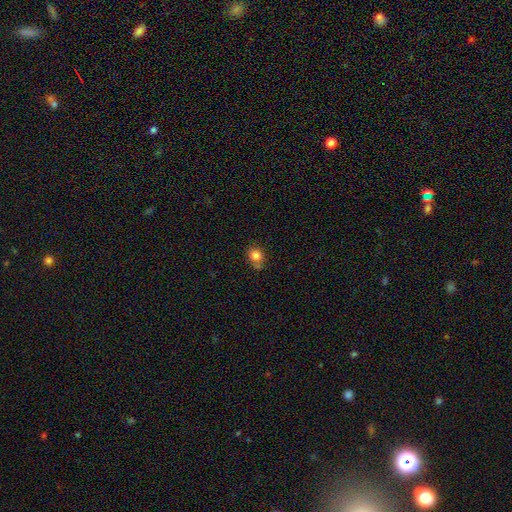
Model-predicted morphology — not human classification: Smooth or featured? Predicted: smooth (p=0.82). How rounded? Predicted: round (p=0.71). Merging? Predicted: none (p=0.63).